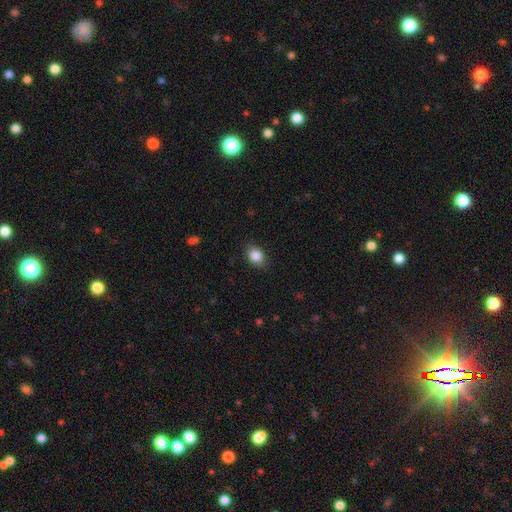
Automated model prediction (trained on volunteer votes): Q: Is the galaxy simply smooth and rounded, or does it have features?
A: smooth — 85%.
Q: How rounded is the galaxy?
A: in between — 69%.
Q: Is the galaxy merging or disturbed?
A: none — 85%.